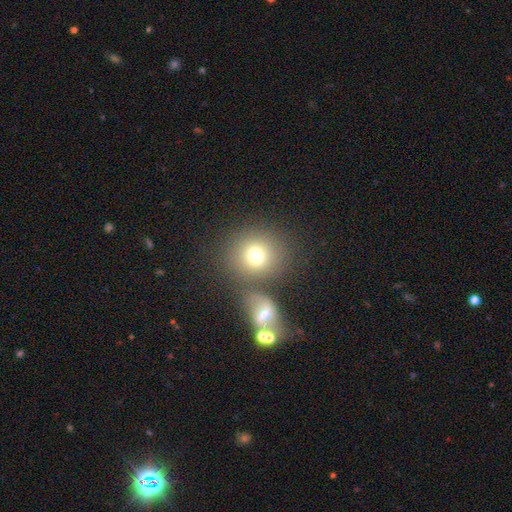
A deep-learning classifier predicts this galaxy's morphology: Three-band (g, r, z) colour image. It shows a smooth galaxy with no disk features (75%) that is round (82%). Merging: none (61%).